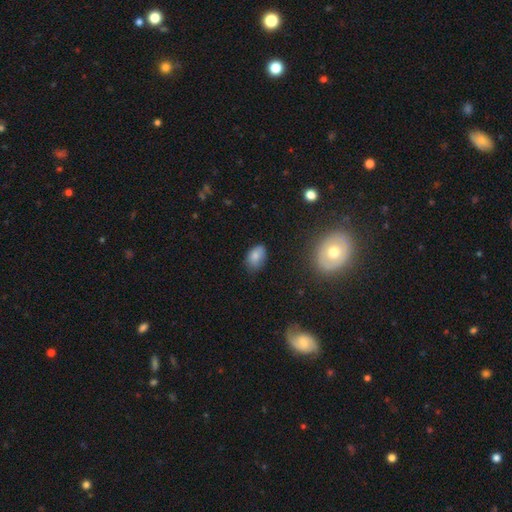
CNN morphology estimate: A smooth galaxy with no disk features (81%) that is in between round and cigar-shaped (88%). Merging: none (68%).